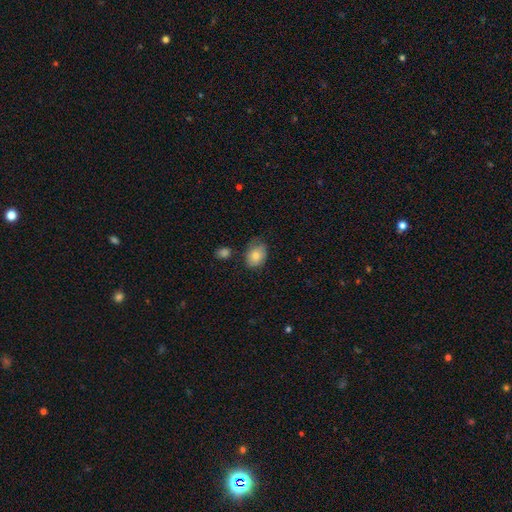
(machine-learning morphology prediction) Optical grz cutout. It shows a smooth galaxy with no disk features (79%) that is in between round and cigar-shaped (70%). Merging: none (62%).